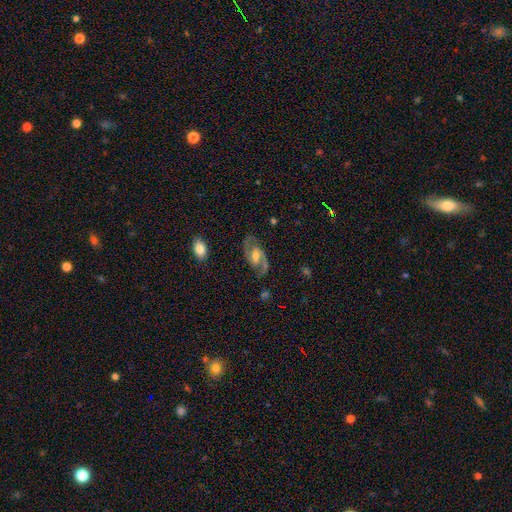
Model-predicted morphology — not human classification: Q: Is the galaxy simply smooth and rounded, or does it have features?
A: featured or disk — 88%.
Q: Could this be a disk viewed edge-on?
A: no — 97%.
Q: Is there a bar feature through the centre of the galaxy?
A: weak — 48%.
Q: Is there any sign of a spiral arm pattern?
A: yes — 97%.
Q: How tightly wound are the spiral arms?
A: medium — 60%.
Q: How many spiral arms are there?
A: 2 — 93%.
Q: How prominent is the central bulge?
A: moderate — 55%.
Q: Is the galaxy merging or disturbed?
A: none — 80%.